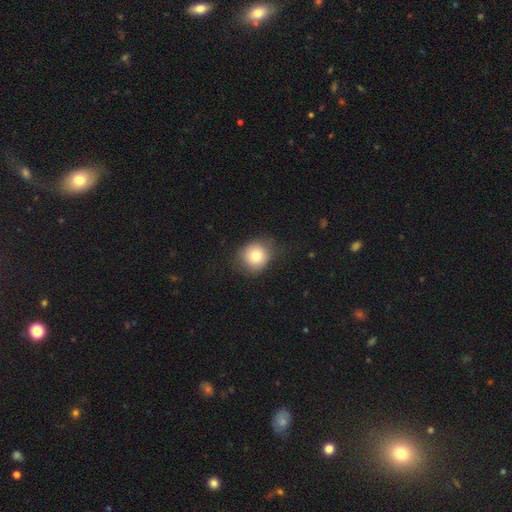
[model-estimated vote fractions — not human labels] A smooth galaxy with no disk features (77%) that is round (82%). Merging: none (73%).